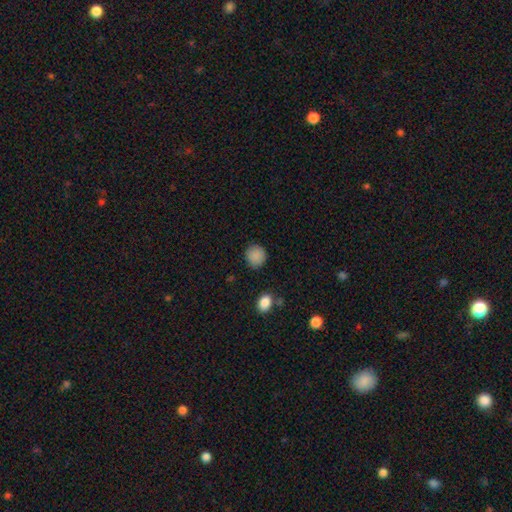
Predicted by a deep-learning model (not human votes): Smooth or featured?
  - smooth: 87% *
  - star or artifact: 9%
  - featured or disk: 3%
How rounded?
  - round: 89% *
  - in between: 11%
  - cigar-shaped: 1%
Merging?
  - none: 86% *
  - minor disturbance: 9%
  - major disturbance: 3%
  - merger: 2%